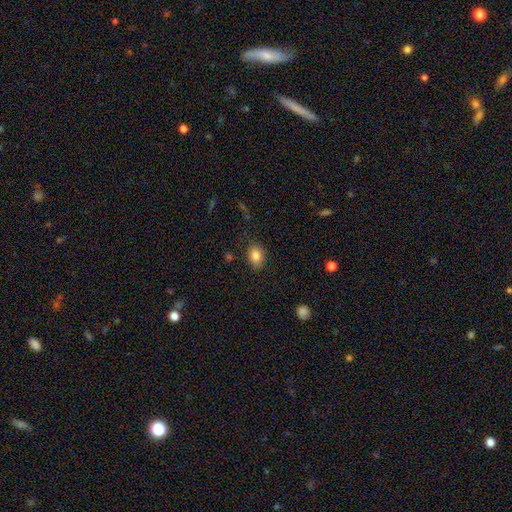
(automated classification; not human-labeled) Smooth or featured: smooth — 84% (star or artifact — 9%)
How rounded: in between — 67% (round — 32%)
Merging: none — 84% (minor disturbance — 12%)